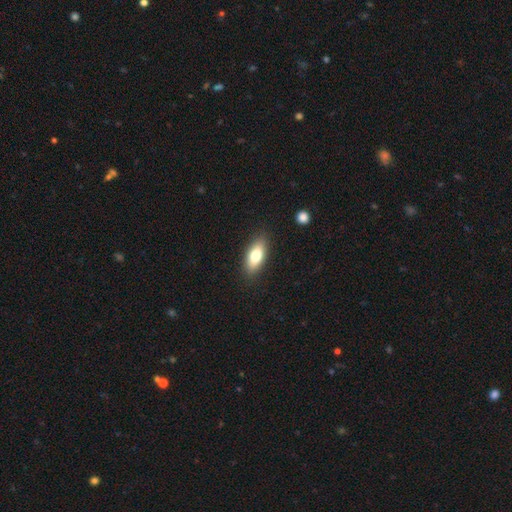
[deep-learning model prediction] smooth_or_featured: smooth (p=0.75) [alt: featured or disk p=0.18]
how_rounded: in between (p=0.81) [alt: cigar-shaped p=0.15]
merging: none (p=0.88) [alt: minor disturbance p=0.09]